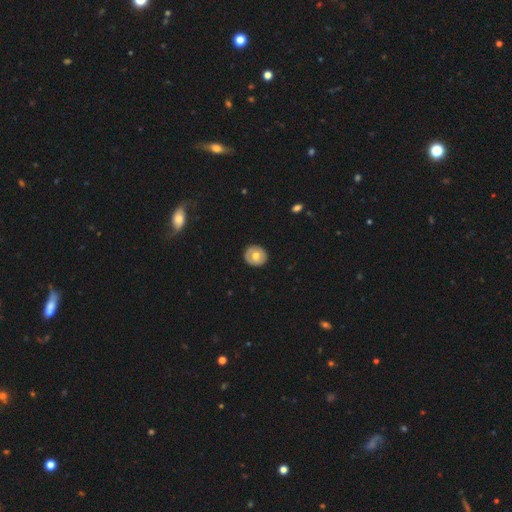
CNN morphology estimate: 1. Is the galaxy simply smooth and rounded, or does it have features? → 57% smooth, 37% featured or disk, 7% star or artifact.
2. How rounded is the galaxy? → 82% round, 17% in between, 1% cigar-shaped.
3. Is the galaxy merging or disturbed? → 89% none, 8% minor disturbance, 2% major disturbance, 1% merger.